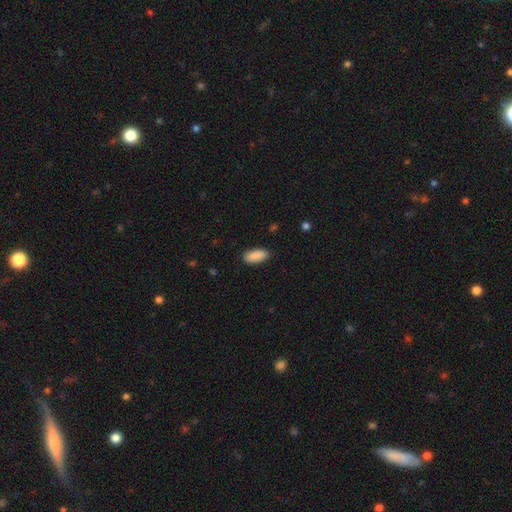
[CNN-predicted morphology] A smooth galaxy with no disk features (90%) that is in between round and cigar-shaped (86%). Merging: none (87%).